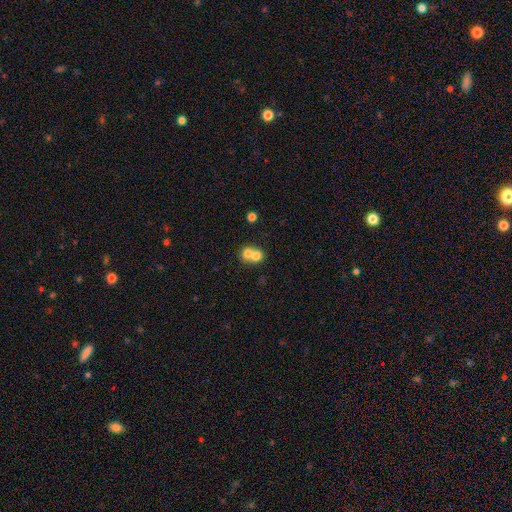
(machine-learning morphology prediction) A smooth galaxy with no disk features (69%) that is round (70%).

Vote fractions:
- Smooth or featured? smooth: 69% / featured or disk: 21% / star or artifact: 10%
- How rounded? round: 70% / in between: 29% / cigar-shaped: 1%
- Merging? merger: 71% / none: 22% / minor disturbance: 4% / major disturbance: 2%